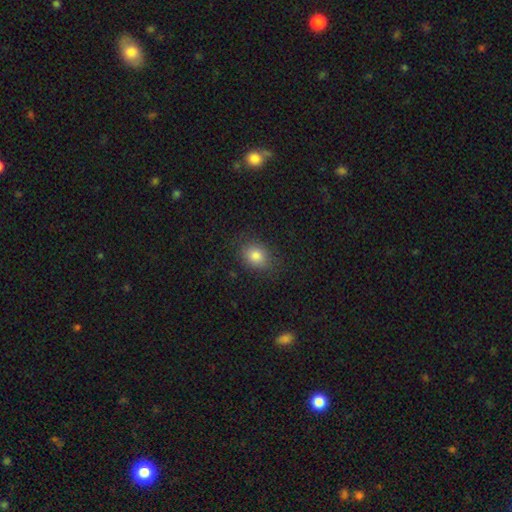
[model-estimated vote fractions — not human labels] A smooth galaxy with no disk features (83%) that is in between round and cigar-shaped (56%).

Vote fractions:
- Smooth or featured? smooth: 83% / star or artifact: 10% / featured or disk: 7%
- How rounded? in between: 56% / round: 43% / cigar-shaped: 1%
- Merging? none: 82% / minor disturbance: 13% / major disturbance: 4% / merger: 1%